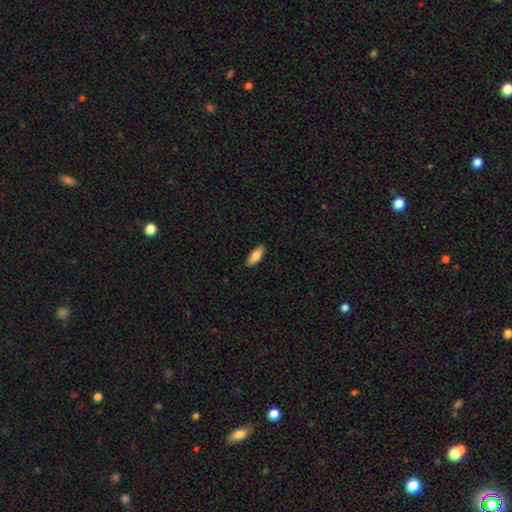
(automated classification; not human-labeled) smooth_or_featured: smooth (p=0.84) [alt: featured or disk p=0.10]
how_rounded: in between (p=0.78) [alt: cigar-shaped p=0.20]
merging: none (p=0.89) [alt: minor disturbance p=0.09]